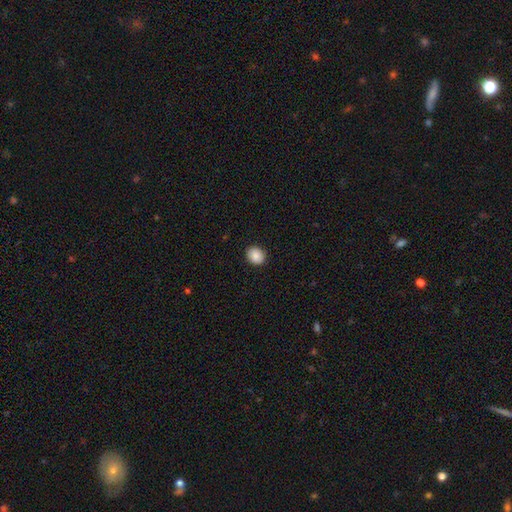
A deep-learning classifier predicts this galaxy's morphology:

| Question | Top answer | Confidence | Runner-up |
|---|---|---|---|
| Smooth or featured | smooth | 88% | star or artifact (8%) |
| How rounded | round | 67% | in between (32%) |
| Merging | none | 90% | minor disturbance (7%) |